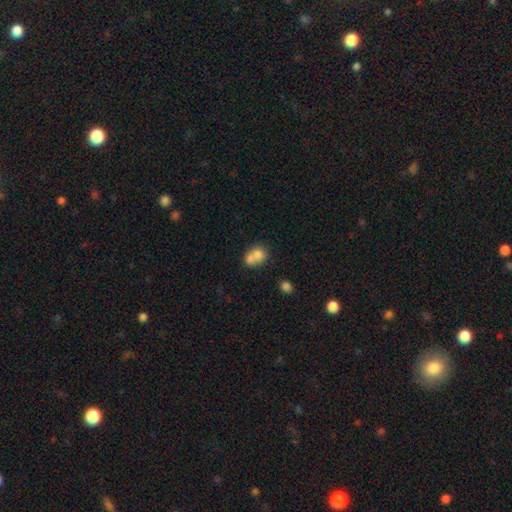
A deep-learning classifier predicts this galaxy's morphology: A smooth galaxy with no disk features (72%) that is round (63%). Merging: merger (62%).